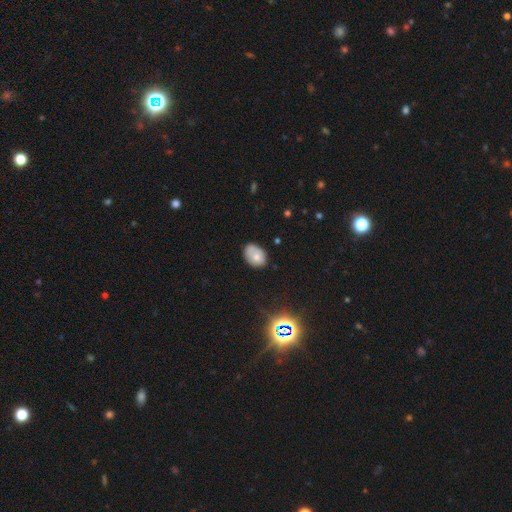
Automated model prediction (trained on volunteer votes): Morphology: type=smooth (70%); roundness=in between (78%); merging=none (59%).